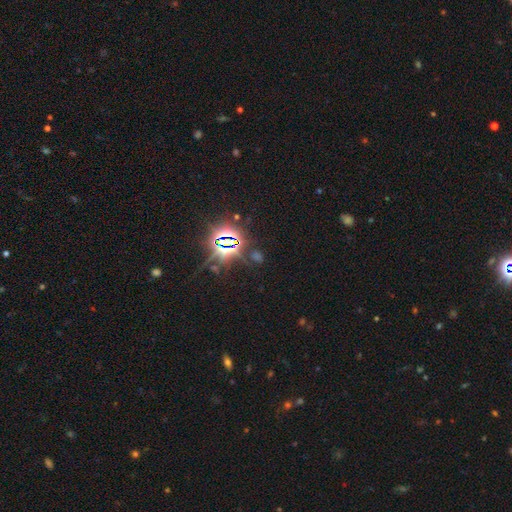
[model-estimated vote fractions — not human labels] smooth_or_featured: star or artifact (p=0.82) [alt: smooth p=0.11]